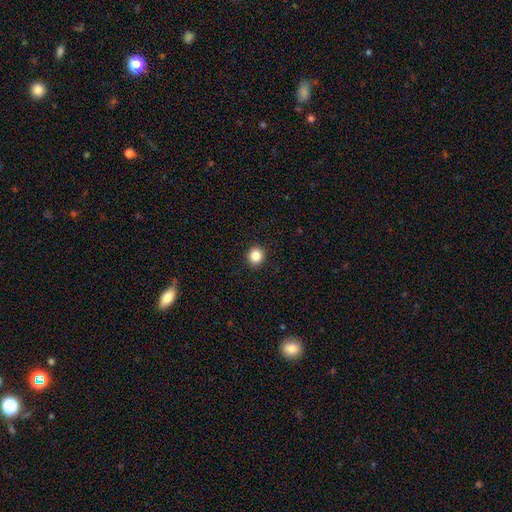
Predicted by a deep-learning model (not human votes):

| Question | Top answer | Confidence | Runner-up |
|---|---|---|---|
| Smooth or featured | smooth | 84% | star or artifact (11%) |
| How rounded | round | 87% | in between (12%) |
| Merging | none | 93% | minor disturbance (5%) |